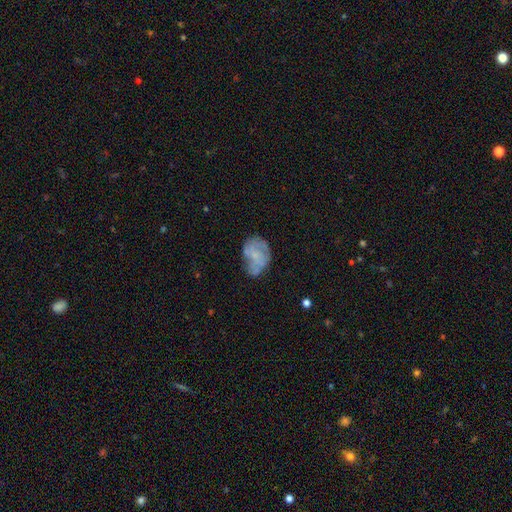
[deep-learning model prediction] The model was most divided on "spiral arms": yes: 53%, no: 47%. Remaining: edge-on disk — no (98%); bar — no (77%); smooth or featured — featured or disk (54%); bulge size — small (51%); merging — none (45%).